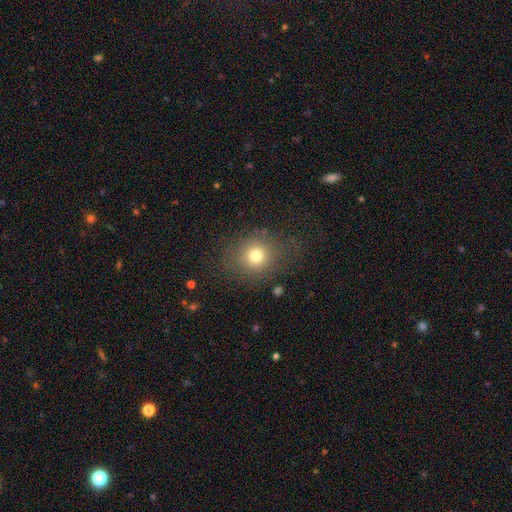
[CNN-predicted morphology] A smooth galaxy with no disk features (75%) that is round (79%).

Vote fractions:
- Smooth or featured? smooth: 75% / star or artifact: 15% / featured or disk: 10%
- How rounded? round: 79% / in between: 20% / cigar-shaped: 1%
- Merging? none: 78% / minor disturbance: 12% / major disturbance: 8% / merger: 2%